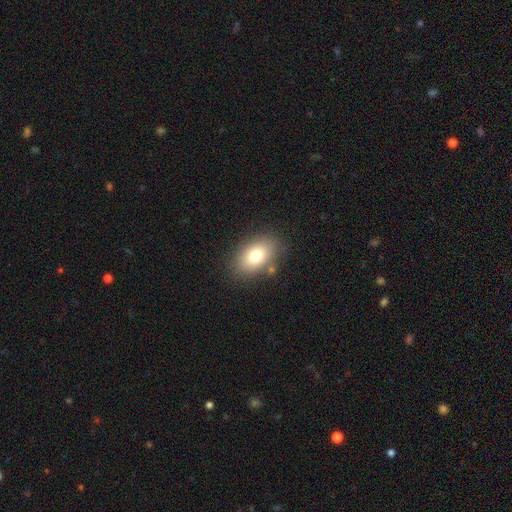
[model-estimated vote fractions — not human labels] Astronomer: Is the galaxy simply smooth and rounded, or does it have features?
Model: smooth — 79%.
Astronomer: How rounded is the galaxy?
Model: in between — 89%.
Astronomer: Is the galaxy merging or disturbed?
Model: none — 80%.